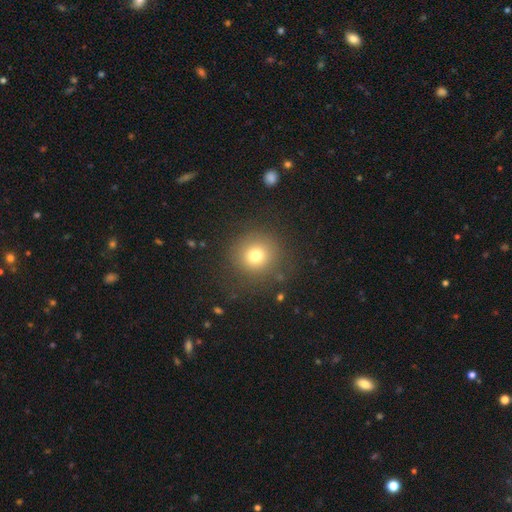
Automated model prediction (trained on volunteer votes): This appears to be a smooth galaxy with no disk features (75%) that is round (93%). Merging: none (83%).